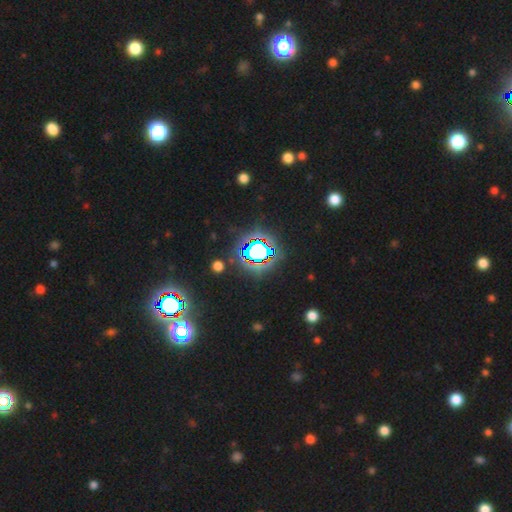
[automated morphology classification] Smooth or featured? Predicted: star or artifact (p=0.82).